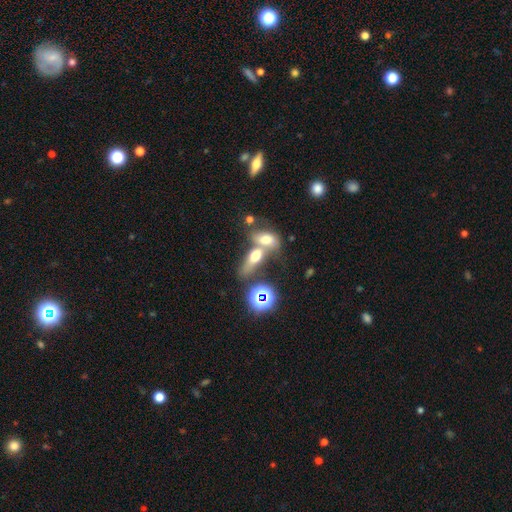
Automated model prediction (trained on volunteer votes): Morphology: type=smooth (60%); roundness=in between (71%); merging=merger (59%).